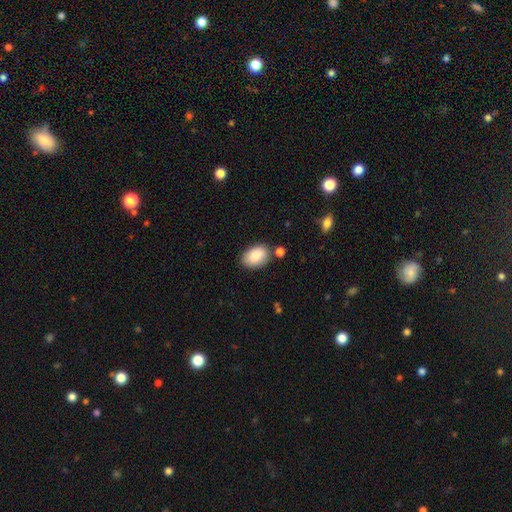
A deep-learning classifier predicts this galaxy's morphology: The model was most divided on "merging": none: 73%, minor disturbance: 16%, merger: 7%, major disturbance: 4%. More confident: how rounded — in between (90%); smooth or featured — smooth (88%).